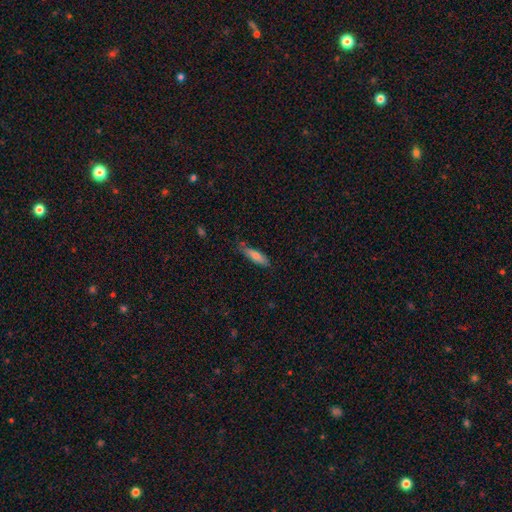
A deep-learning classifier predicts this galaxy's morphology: smooth 72%, featured or disk 21%, star or artifact 7%. Down the decision tree: how rounded — cigar-shaped (64%); merging — none (71%).